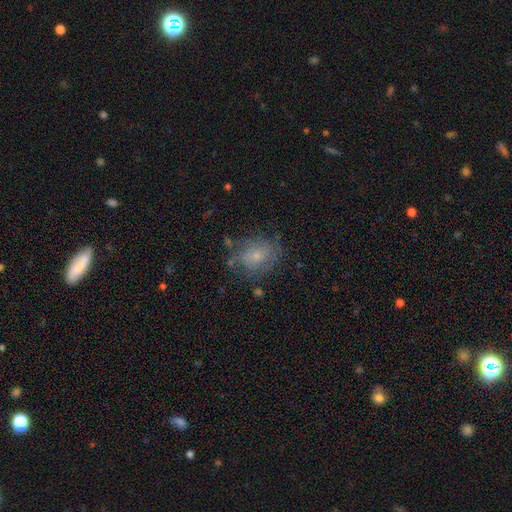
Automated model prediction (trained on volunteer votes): Smooth or featured: smooth — 52% (featured or disk — 35%)
How rounded: round — 53% (in between — 46%)
Merging: none — 62% (minor disturbance — 23%)